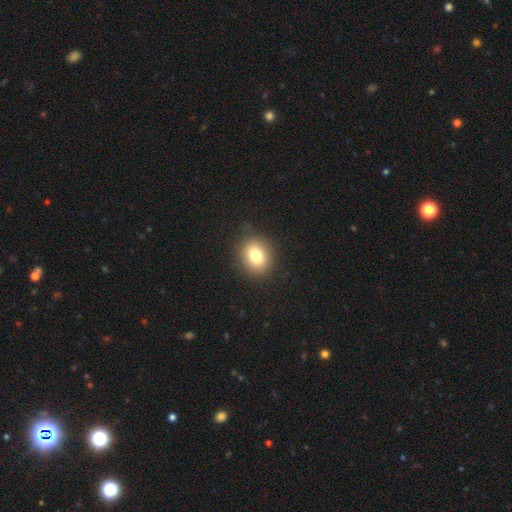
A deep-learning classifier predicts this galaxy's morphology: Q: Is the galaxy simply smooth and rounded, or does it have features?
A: smooth — 79%.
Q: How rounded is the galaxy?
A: round — 61%.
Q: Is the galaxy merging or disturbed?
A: none — 88%.